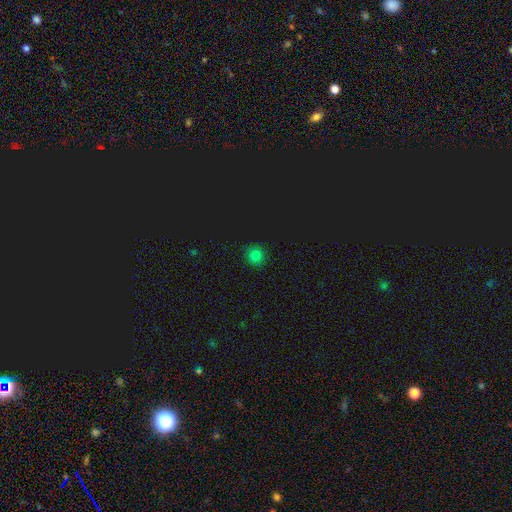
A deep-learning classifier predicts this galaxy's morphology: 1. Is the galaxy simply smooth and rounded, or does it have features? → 74% smooth, 21% star or artifact, 4% featured or disk.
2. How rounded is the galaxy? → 91% round, 8% in between, 1% cigar-shaped.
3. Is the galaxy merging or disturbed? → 90% none, 7% minor disturbance, 2% major disturbance, 1% merger.